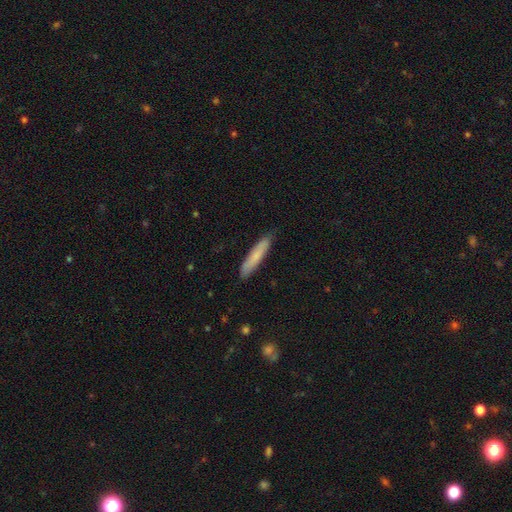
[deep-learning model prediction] Q: Smooth or featured?
A: smooth (74%); runner-up: featured or disk (20%)
Q: How rounded?
A: cigar-shaped (90%); runner-up: in between (9%)
Q: Merging?
A: none (87%); runner-up: minor disturbance (11%)